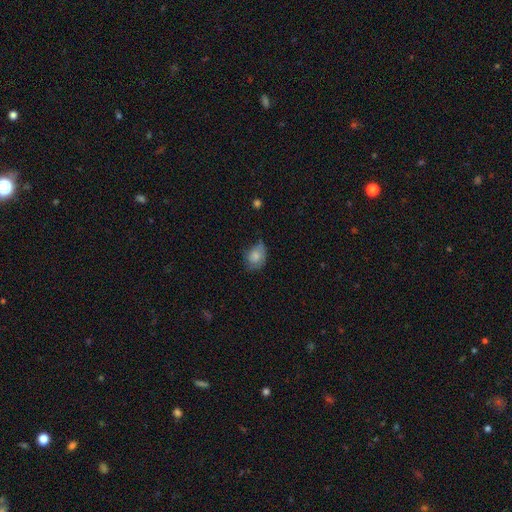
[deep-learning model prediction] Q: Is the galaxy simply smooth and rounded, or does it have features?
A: smooth — 72%.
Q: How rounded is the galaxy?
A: in between — 63%.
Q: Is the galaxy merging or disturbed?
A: none — 48%.